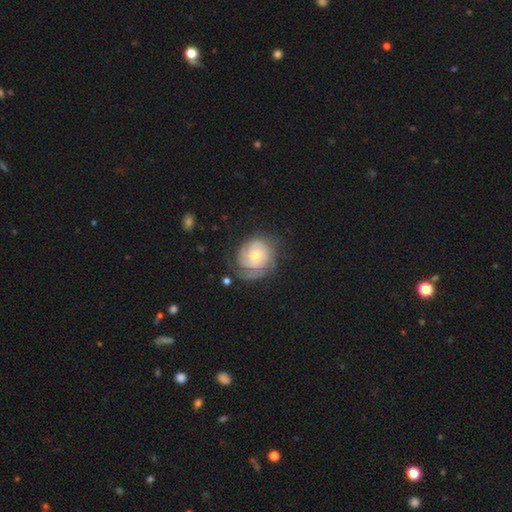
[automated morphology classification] smooth-or-featured: featured or disk: 76% | smooth: 18% | star or artifact: 6%
  disk-edge-on: no: 98% | yes: 2%
    bar: no: 76% | weak: 20% | strong: 3%
    has-spiral-arms: yes: 92% | no: 8%
      spiral-winding: tight: 72% | medium: 21% | loose: 7%
      spiral-arm-count: can't tell: 37% | 2: 22% | 3: 20% | 4: 8% | 1: 7% | more than 4: 5%
    bulge-size: small: 49% | moderate: 45% | large: 4% | none: 2% | dominant: 1%
  merging: none: 61% | minor disturbance: 22% | major disturbance: 15% | merger: 2%